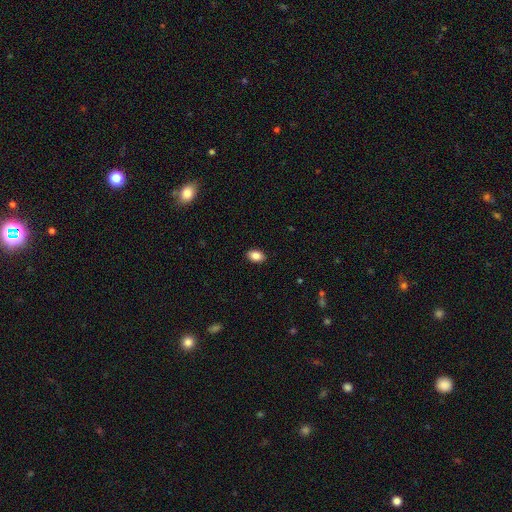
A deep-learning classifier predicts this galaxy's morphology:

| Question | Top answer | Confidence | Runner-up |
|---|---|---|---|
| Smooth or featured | smooth | 88% | star or artifact (8%) |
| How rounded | in between | 88% | round (11%) |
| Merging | none | 90% | minor disturbance (8%) |